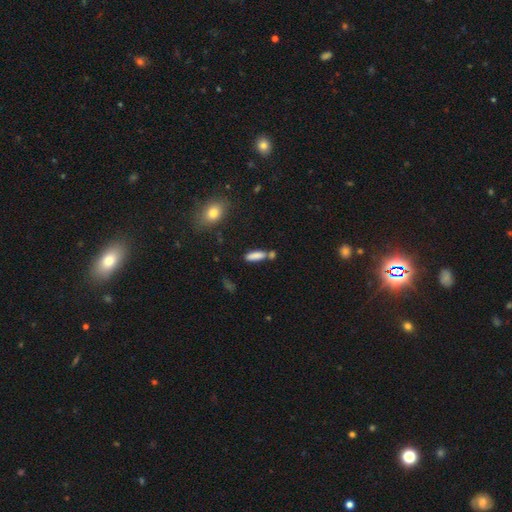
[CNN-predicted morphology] Q: Smooth or featured?
A: smooth (83%); runner-up: featured or disk (9%)
Q: How rounded?
A: cigar-shaped (50%); runner-up: in between (47%)
Q: Merging?
A: none (59%); runner-up: merger (23%)